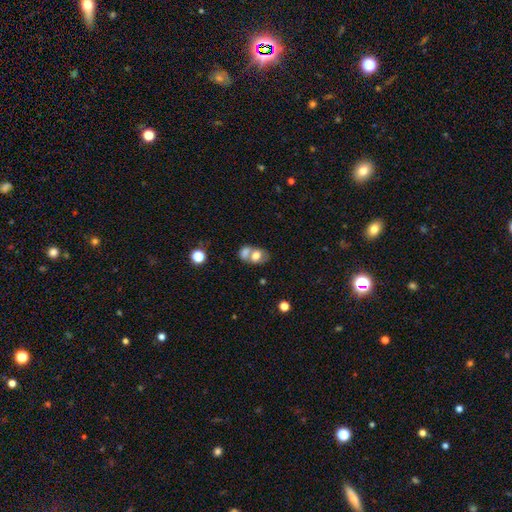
This appears to be a smooth galaxy with no disk features (62%) that is in between round and cigar-shaped (52%). Merging: merger (63%).